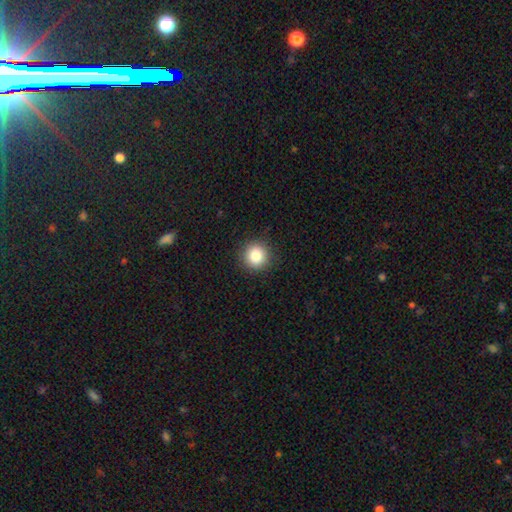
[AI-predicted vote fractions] The model was most divided on "smooth or featured": smooth: 84%, star or artifact: 11%, featured or disk: 5%. More confident: how rounded — round (94%); merging — none (92%).